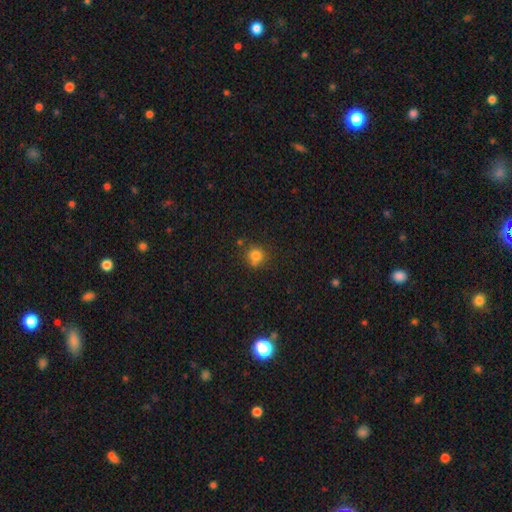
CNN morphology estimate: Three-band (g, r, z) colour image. It shows a smooth galaxy with no disk features (81%) that is round (87%). Merging: none (73%).